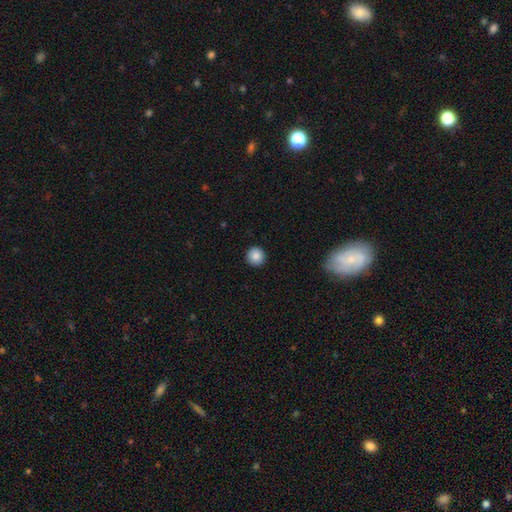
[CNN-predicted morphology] Q: Smooth or featured?
A: smooth (88%); runner-up: star or artifact (9%)
Q: How rounded?
A: round (95%); runner-up: in between (4%)
Q: Merging?
A: none (93%); runner-up: minor disturbance (5%)